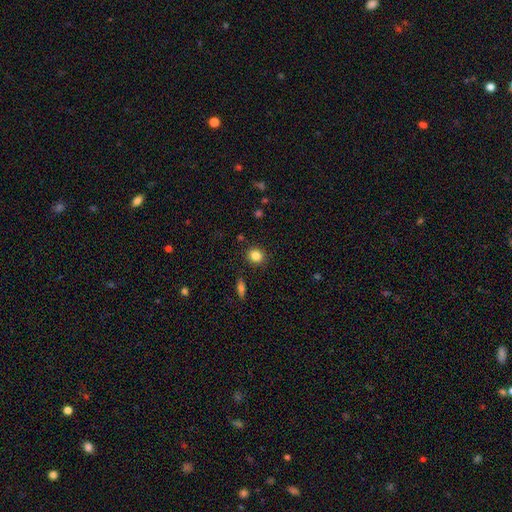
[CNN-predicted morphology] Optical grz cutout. It shows a smooth galaxy with no disk features (83%) that is round (84%). Merging: none (90%).